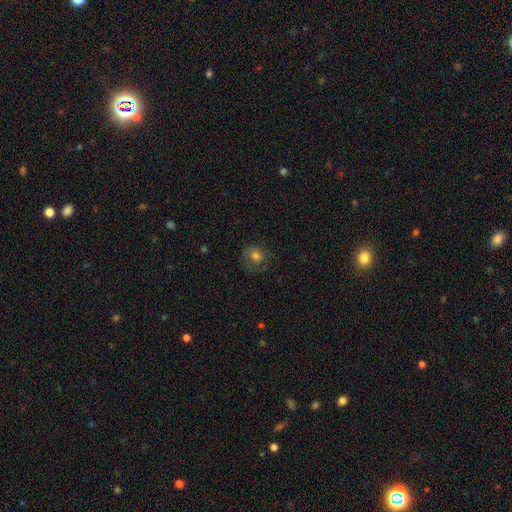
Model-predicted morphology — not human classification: smooth 67%, featured or disk 21%, star or artifact 12%. Down the decision tree: how rounded — round (73%); merging — none (57%).